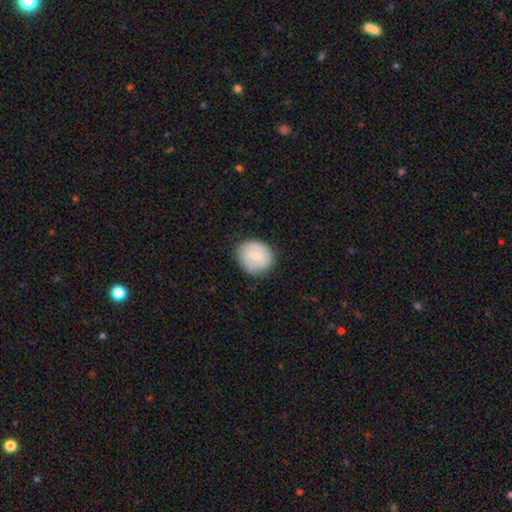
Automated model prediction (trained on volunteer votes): smooth 65%, featured or disk 29%, star or artifact 7%. Down the decision tree: how rounded — round (82%); merging — none (79%).